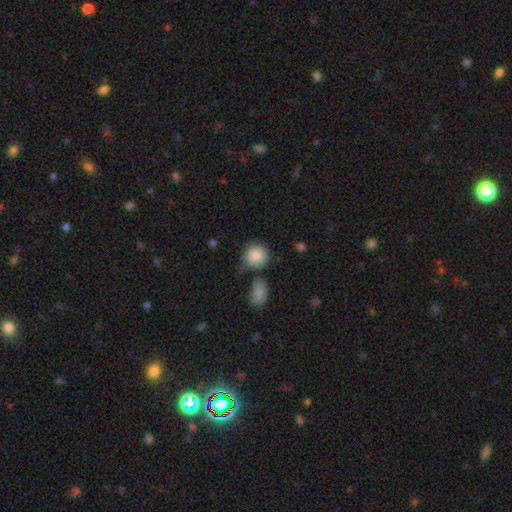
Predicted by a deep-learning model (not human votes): Smooth or featured?
  - smooth: 87% *
  - star or artifact: 8%
  - featured or disk: 5%
How rounded?
  - round: 84% *
  - in between: 14%
  - cigar-shaped: 1%
Merging?
  - none: 61% *
  - minor disturbance: 18%
  - merger: 15%
  - major disturbance: 6%